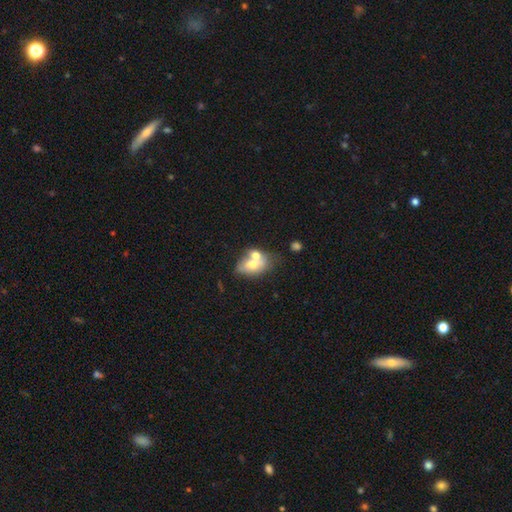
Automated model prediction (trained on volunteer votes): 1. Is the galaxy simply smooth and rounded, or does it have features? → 61% smooth, 30% featured or disk, 8% star or artifact.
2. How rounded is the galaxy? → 77% in between, 21% round, 2% cigar-shaped.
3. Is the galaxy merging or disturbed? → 56% merger, 26% none, 12% minor disturbance, 6% major disturbance.